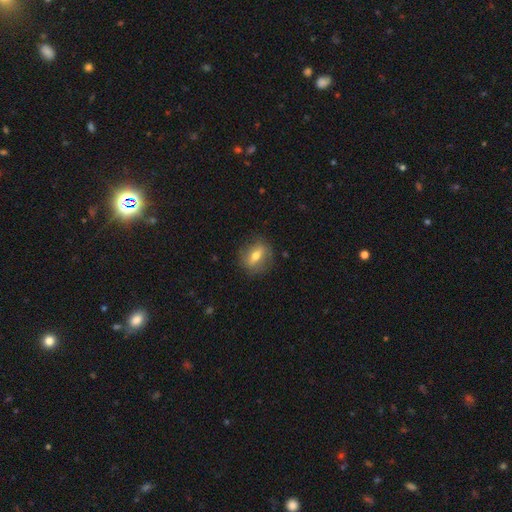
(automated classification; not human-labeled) This is possibly a smooth galaxy (51%). How rounded: possibly round (48%). Merging: clearly none (82%).